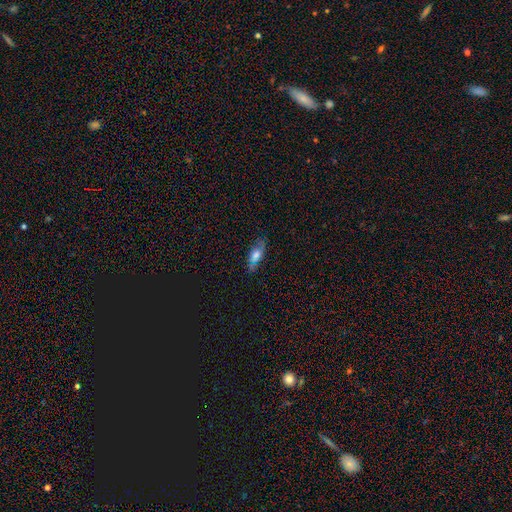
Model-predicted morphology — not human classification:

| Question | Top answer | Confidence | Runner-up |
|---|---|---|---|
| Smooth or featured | smooth | 56% | featured or disk (32%) |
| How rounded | in between | 74% | cigar-shaped (20%) |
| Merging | none | 76% | minor disturbance (17%) |